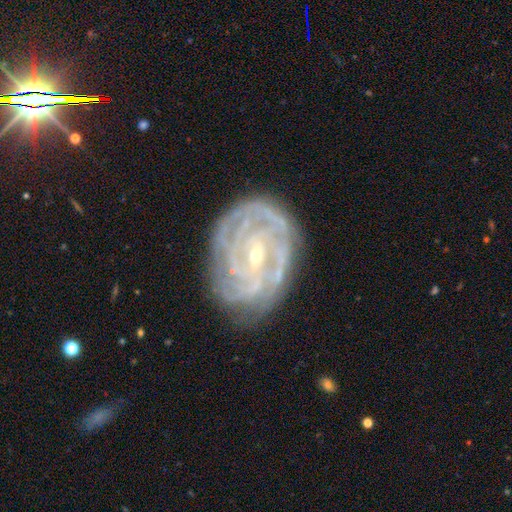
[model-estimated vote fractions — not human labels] Morphology: type=featured or disk (88%); edge-on=no (97%); bar=weak (42%); spiral arms=yes (97%); winding=tight (77%); arm count=can't tell (27%); bulge=small (74%); merging=none (77%).